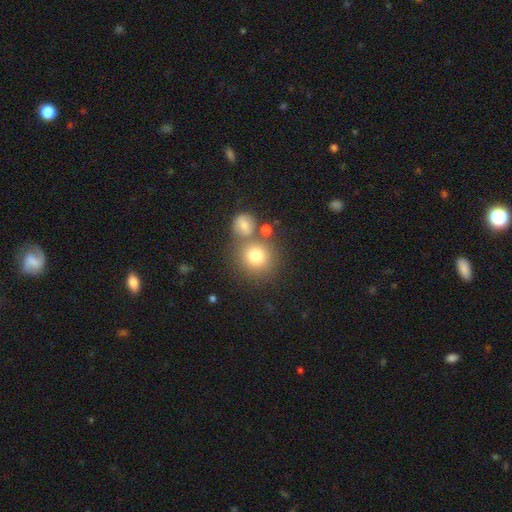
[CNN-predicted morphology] Smooth or featured?
  - smooth: 77% *
  - star or artifact: 12%
  - featured or disk: 11%
How rounded?
  - round: 88% *
  - in between: 11%
  - cigar-shaped: 1%
Merging?
  - none: 65% *
  - merger: 21%
  - minor disturbance: 10%
  - major disturbance: 4%